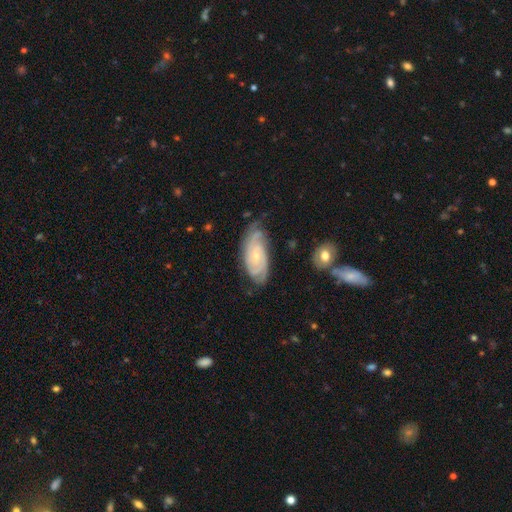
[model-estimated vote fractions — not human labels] Q: Smooth or featured?
A: featured or disk (79%); runner-up: smooth (14%)
Q: Edge-on disk?
A: no (94%); runner-up: yes (6%)
Q: Bar?
A: no (73%); runner-up: weak (22%)
Q: Spiral arms?
A: yes (95%); runner-up: no (5%)
Q: Spiral winding?
A: tight (68%); runner-up: medium (25%)
Q: Spiral arm count?
A: 2 (37%); runner-up: can't tell (30%)
Q: Bulge size?
A: small (72%); runner-up: moderate (23%)
Q: Merging?
A: none (72%); runner-up: minor disturbance (20%)